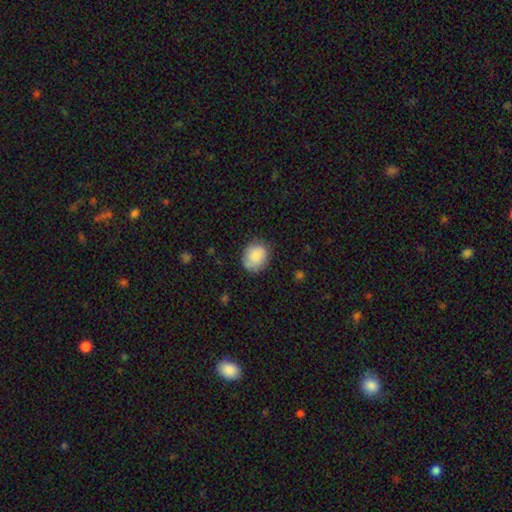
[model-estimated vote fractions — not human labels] This is clearly a smooth galaxy (84%). How rounded: possibly round (58%). Merging: likely none (73%).